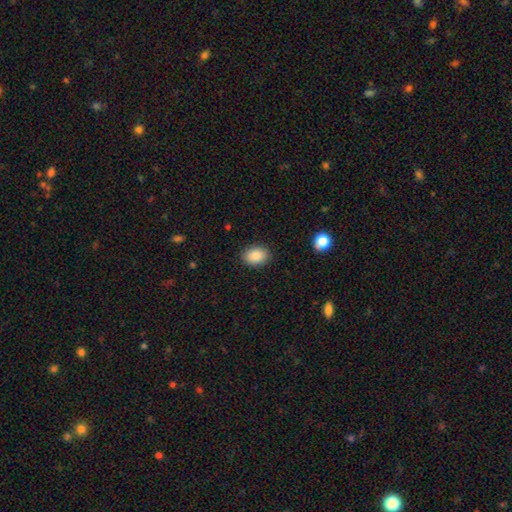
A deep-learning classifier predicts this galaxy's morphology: Overall: smooth (87%). How rounded: in between (71%). Merging: none (88%).